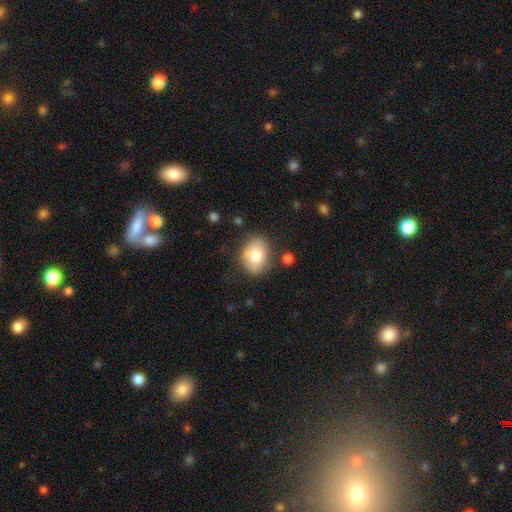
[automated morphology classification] Q: Smooth or featured?
A: smooth (77%); runner-up: featured or disk (15%)
Q: How rounded?
A: in between (74%); runner-up: round (25%)
Q: Merging?
A: none (75%); runner-up: minor disturbance (16%)